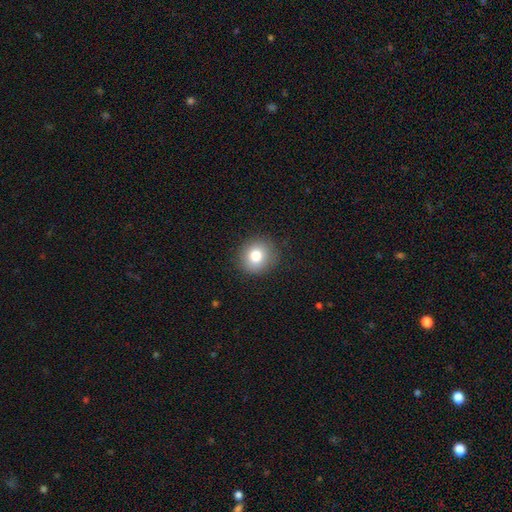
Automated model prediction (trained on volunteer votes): Q: Smooth or featured?
A: smooth (80%); runner-up: star or artifact (11%)
Q: How rounded?
A: round (85%); runner-up: in between (15%)
Q: Merging?
A: none (88%); runner-up: minor disturbance (8%)